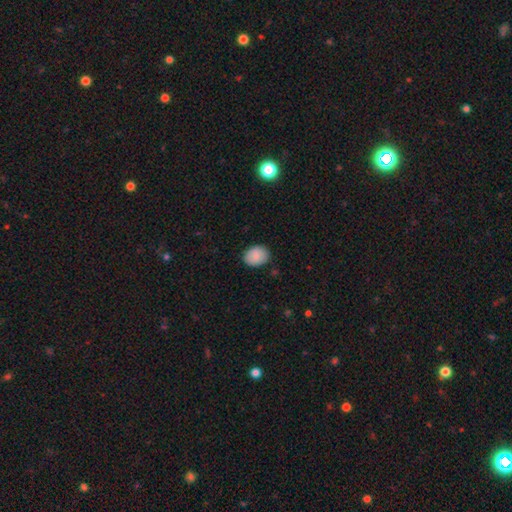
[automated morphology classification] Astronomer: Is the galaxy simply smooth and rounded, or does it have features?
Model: smooth — 88%.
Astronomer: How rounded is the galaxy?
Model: in between — 56% (runner-up: round, 43%).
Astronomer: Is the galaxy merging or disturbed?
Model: none — 86%.